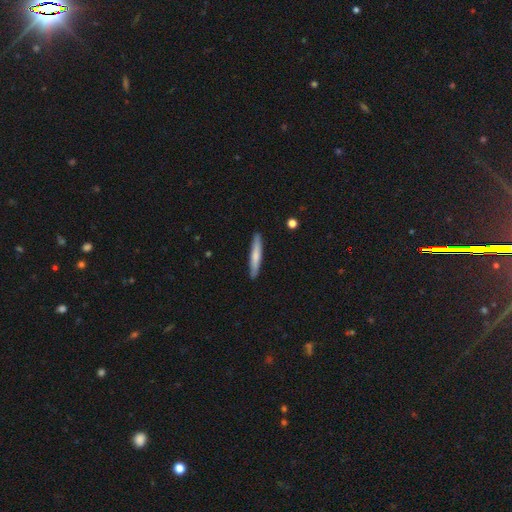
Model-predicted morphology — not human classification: Q: Smooth or featured?
A: smooth (68%); runner-up: featured or disk (26%)
Q: How rounded?
A: cigar-shaped (94%); runner-up: in between (5%)
Q: Merging?
A: none (90%); runner-up: minor disturbance (7%)